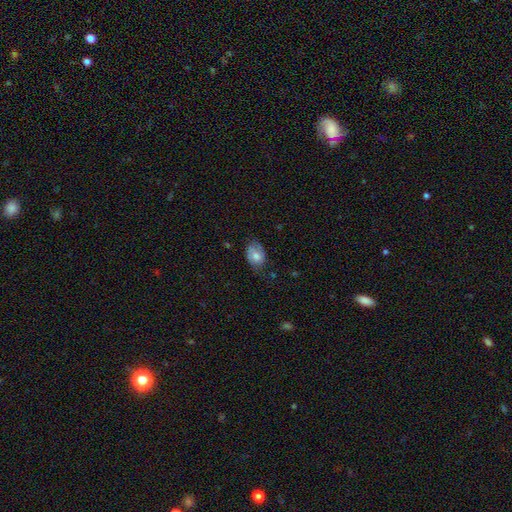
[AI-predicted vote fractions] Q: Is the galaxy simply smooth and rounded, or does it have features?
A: smooth — 68%.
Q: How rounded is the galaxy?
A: in between — 77%.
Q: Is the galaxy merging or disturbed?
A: none — 55%.